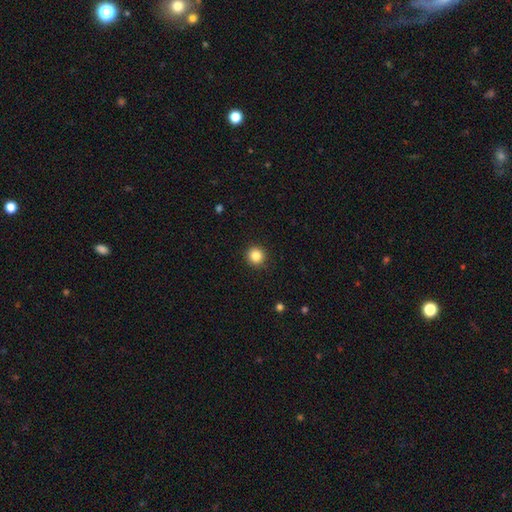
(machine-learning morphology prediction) Q: Smooth or featured?
A: smooth (85%); runner-up: star or artifact (10%)
Q: How rounded?
A: round (94%); runner-up: in between (5%)
Q: Merging?
A: none (92%); runner-up: minor disturbance (5%)